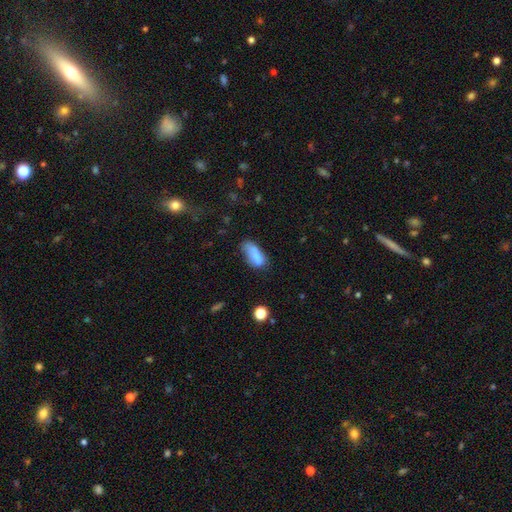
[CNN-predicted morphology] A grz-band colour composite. It shows a smooth galaxy with no disk features (76%) that is in between round and cigar-shaped (77%). Merging: none (44%).